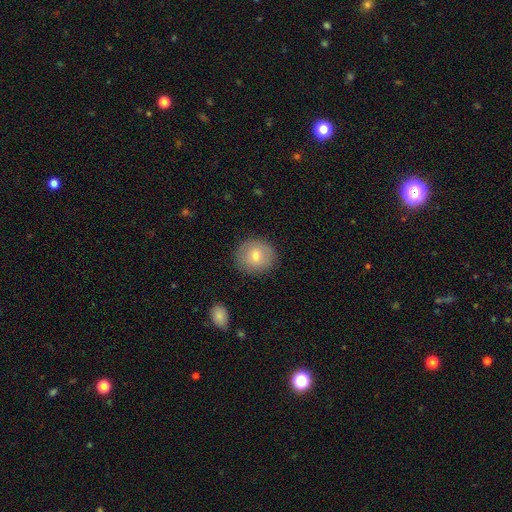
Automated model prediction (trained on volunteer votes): This is likely a smooth galaxy (73%). How rounded: clearly round (88%). Merging: clearly none (87%).